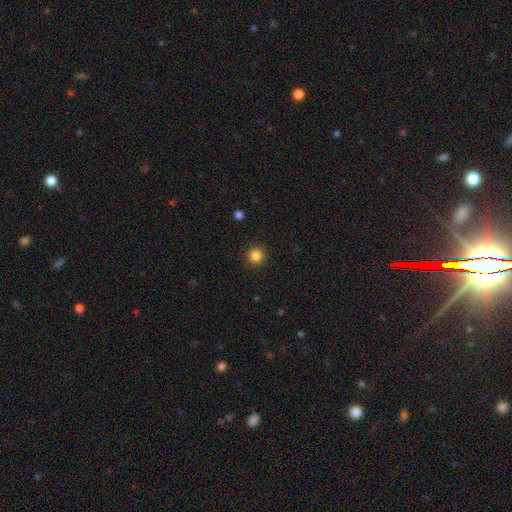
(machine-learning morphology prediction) Smooth or featured: smooth — 84% (star or artifact — 12%)
How rounded: round — 94% (in between — 5%)
Merging: none — 92% (minor disturbance — 6%)